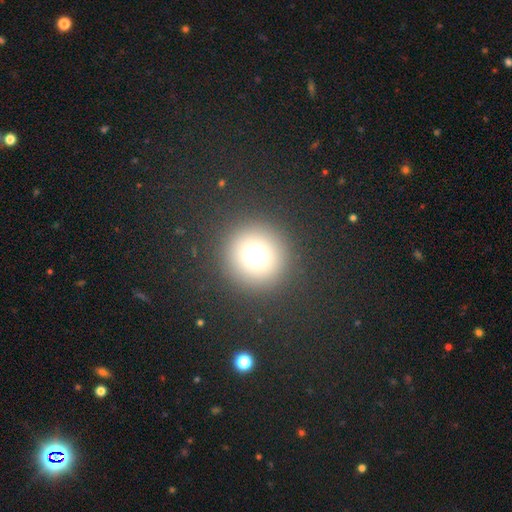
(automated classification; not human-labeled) smooth 67%, star or artifact 24%, featured or disk 9%. Down the decision tree: how rounded — round (95%); merging — none (89%).